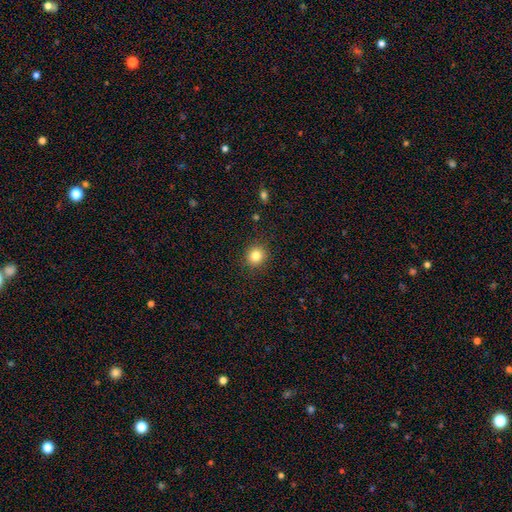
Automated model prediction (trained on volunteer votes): smooth 83%, star or artifact 11%, featured or disk 6%. Down the decision tree: how rounded — round (86%); merging — none (90%).